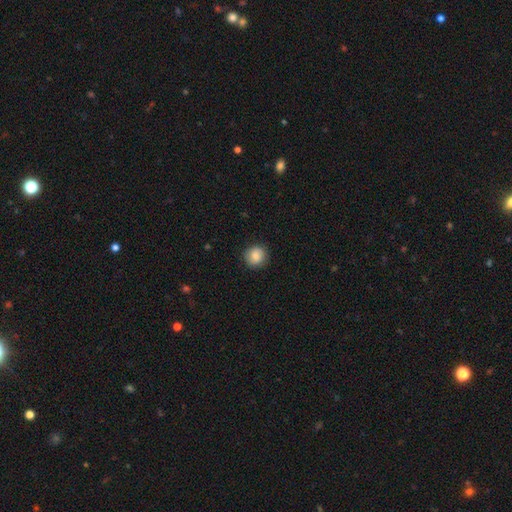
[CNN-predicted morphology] A smooth galaxy with no disk features (86%) that is round (89%). Merging: none (88%).